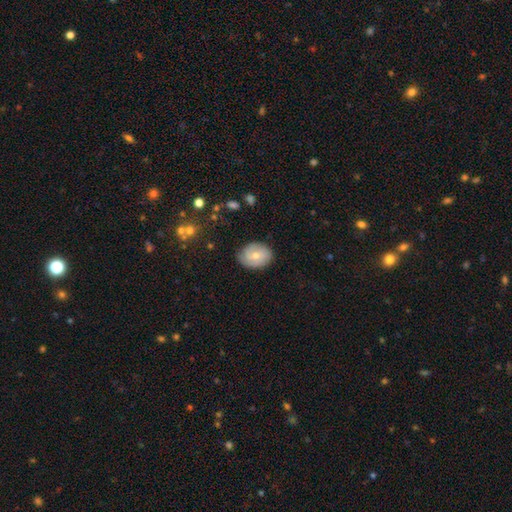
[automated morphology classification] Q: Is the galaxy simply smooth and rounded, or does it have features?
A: smooth — 51%.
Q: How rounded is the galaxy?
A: in between — 63%.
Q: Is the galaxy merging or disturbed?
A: none — 77%.